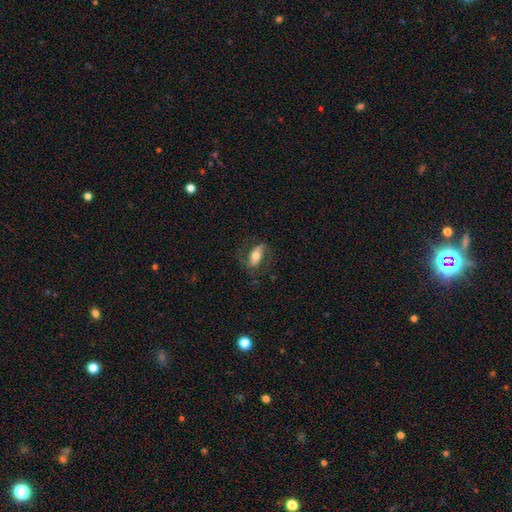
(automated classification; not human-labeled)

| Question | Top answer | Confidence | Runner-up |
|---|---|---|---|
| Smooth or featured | featured or disk | 58% | smooth (34%) |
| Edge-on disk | no | 87% | yes (13%) |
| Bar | strong | 43% | no (30%) |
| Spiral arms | yes | 83% | no (17%) |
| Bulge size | moderate | 61% | large (21%) |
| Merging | none | 69% | minor disturbance (17%) |